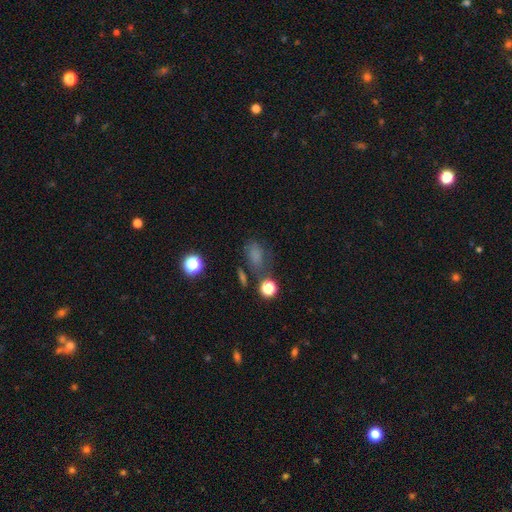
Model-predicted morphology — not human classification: type=smooth (65%); roundness=in between (73%); merging=none (52%).